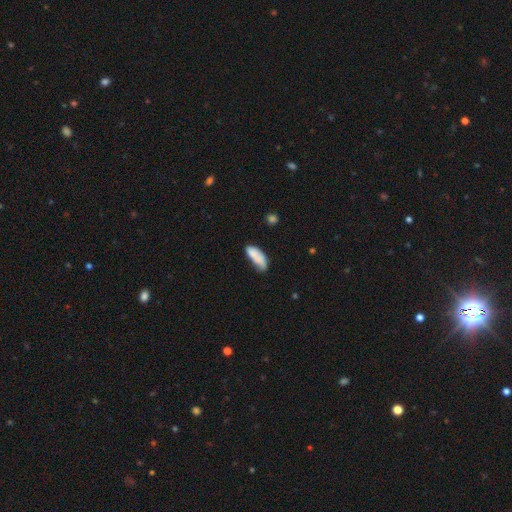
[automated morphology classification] Smooth or featured: smooth — 79% (featured or disk — 14%)
How rounded: in between — 78% (cigar-shaped — 20%)
Merging: none — 42% (minor disturbance — 37%)